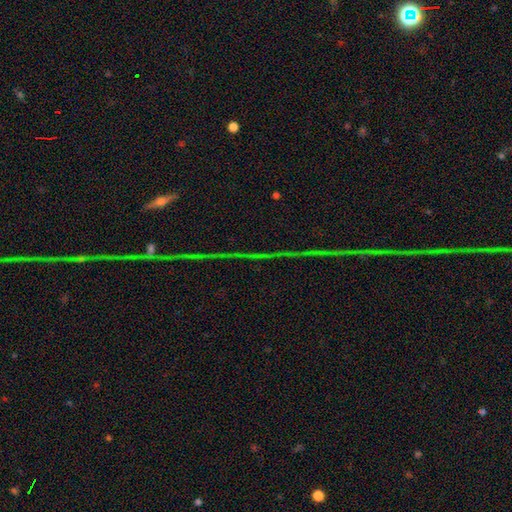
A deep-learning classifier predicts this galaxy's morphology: Overall: star or artifact (78%).